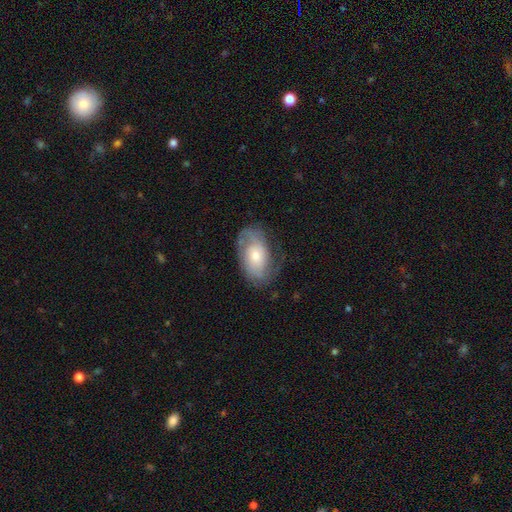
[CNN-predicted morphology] This appears to be a featured or disk galaxy (61%) with no bar (73%), spiral arms (82%) and a small central bulge (45%, tied with moderate). Merging: none (64%).